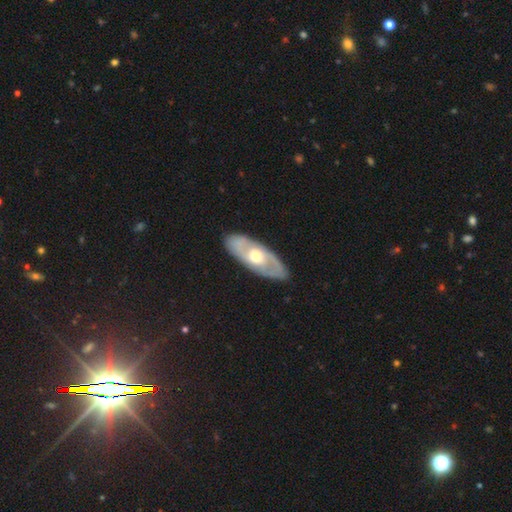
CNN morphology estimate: This appears to be a featured or disk galaxy (67%) with no bar (74%), spiral arms (62%) and a moderate central bulge (72%). Merging: none (85%).